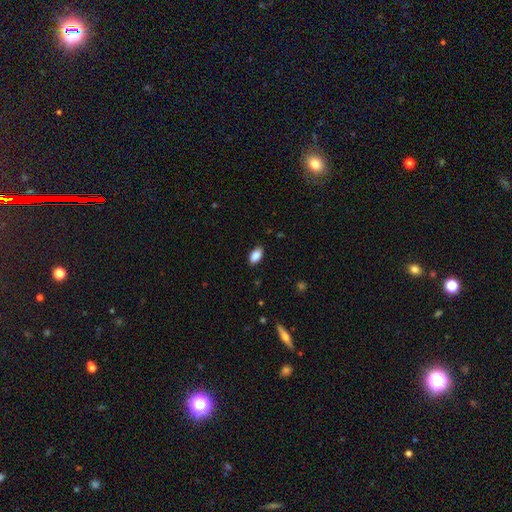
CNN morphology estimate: Smooth or featured? smooth (88%)
How rounded? in between (93%)
Merging? none (87%)